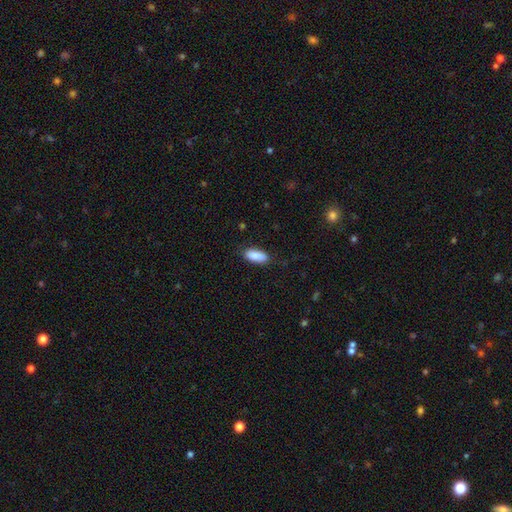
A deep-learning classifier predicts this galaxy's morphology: type=smooth (89%); roundness=in between (80%); merging=none (81%).